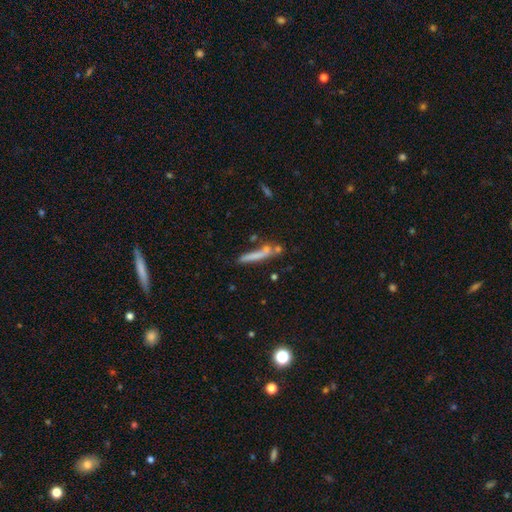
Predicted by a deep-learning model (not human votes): smooth 64%, featured or disk 27%, star or artifact 8%. Down the decision tree: how rounded — cigar-shaped (91%); merging — none (57%).